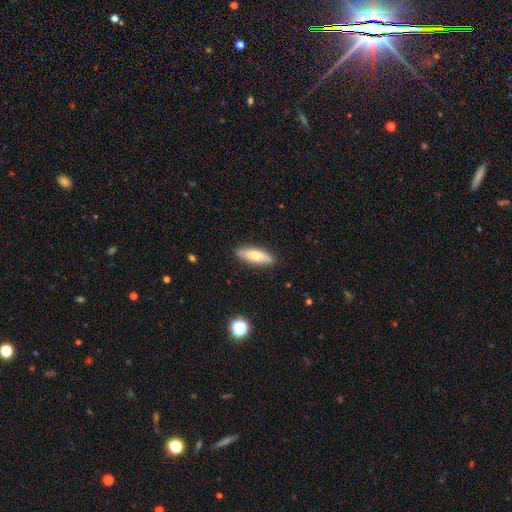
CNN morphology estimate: smooth_or_featured: smooth (p=0.70) [alt: featured or disk p=0.24]
how_rounded: cigar-shaped (p=0.49) [tied with: in between p=0.49]
merging: none (p=0.87) [alt: minor disturbance p=0.10]